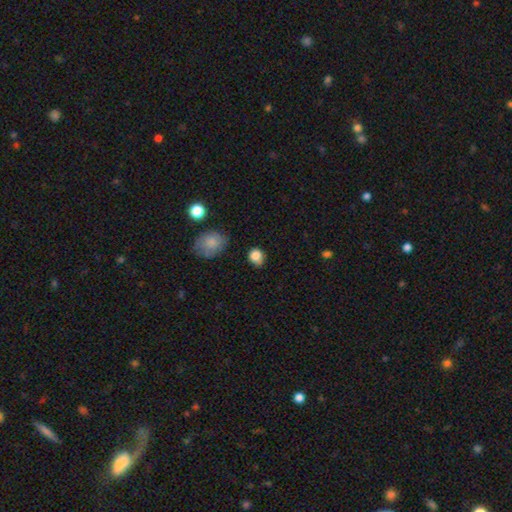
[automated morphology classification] This appears to be a smooth galaxy with no disk features (84%) that is round (72%). Merging: none (68%).